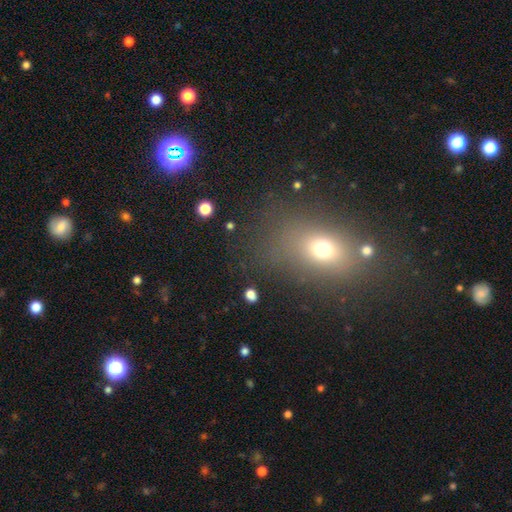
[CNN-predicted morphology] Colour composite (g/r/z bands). It shows a smooth galaxy with no disk features (57%) that is in between round and cigar-shaped (63%). Merging: none (75%).